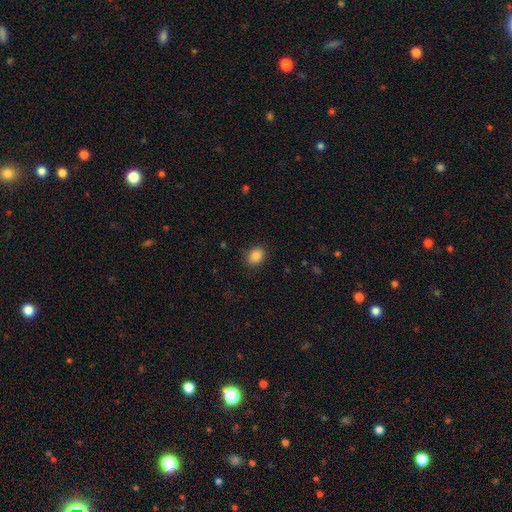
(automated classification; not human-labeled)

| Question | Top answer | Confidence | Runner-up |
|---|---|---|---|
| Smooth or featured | smooth | 87% | star or artifact (9%) |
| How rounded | in between | 50% | round (49%) |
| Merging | none | 87% | minor disturbance (9%) |